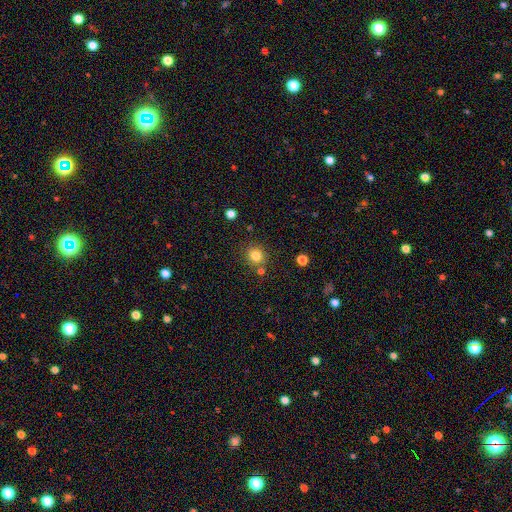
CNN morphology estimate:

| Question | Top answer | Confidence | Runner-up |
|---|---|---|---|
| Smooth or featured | smooth | 81% | star or artifact (12%) |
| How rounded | round | 82% | in between (17%) |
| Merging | none | 78% | minor disturbance (10%) |